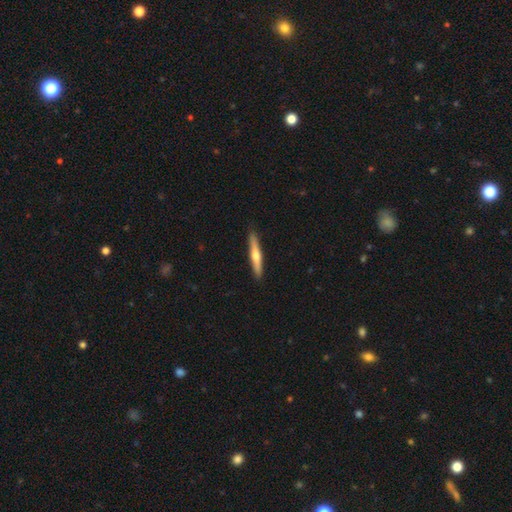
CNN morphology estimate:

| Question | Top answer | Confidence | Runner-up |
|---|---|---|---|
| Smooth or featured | featured or disk | 49% | smooth (46%) |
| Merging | none | 91% | minor disturbance (7%) |